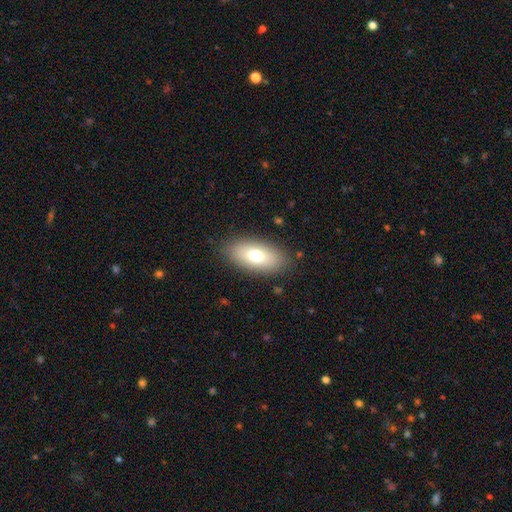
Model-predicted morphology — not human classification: The model was most divided on "smooth or featured": smooth: 72%, featured or disk: 19%, star or artifact: 9%. More confident: how rounded — in between (90%); merging — none (85%).